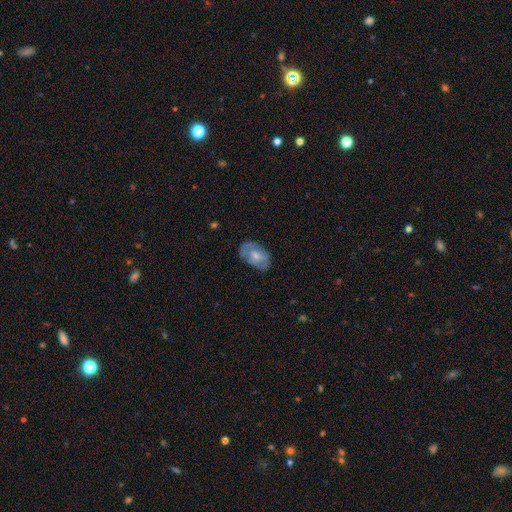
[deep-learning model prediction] Morphology: type=smooth (52%); roundness=in between (89%); merging=none (65%).